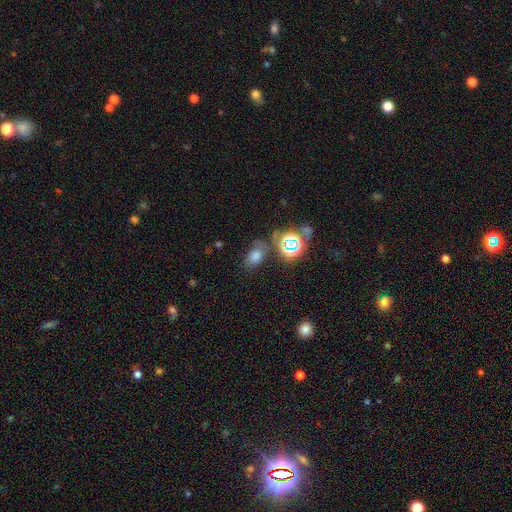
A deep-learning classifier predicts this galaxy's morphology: A smooth galaxy with no disk features (61%) that is in between round and cigar-shaped (76%).

Vote fractions:
- Smooth or featured? smooth: 61% / star or artifact: 29% / featured or disk: 10%
- How rounded? in between: 76% / round: 22% / cigar-shaped: 2%
- Merging? none: 63% / minor disturbance: 19% / merger: 9% / major disturbance: 9%